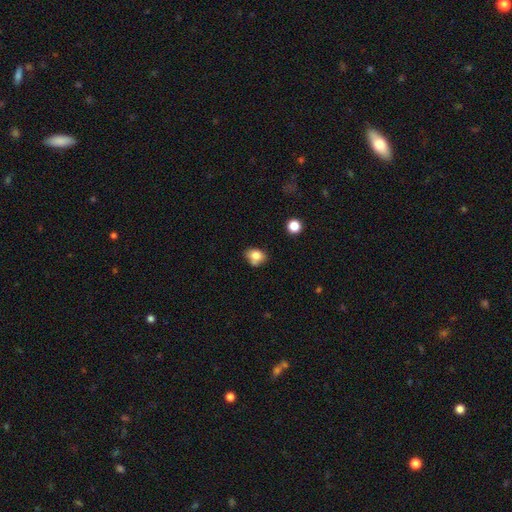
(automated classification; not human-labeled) The model was most divided on "how rounded": in between: 53%, round: 46%, cigar-shaped: 1%. More confident: smooth or featured — smooth (79%); merging — none (57%).